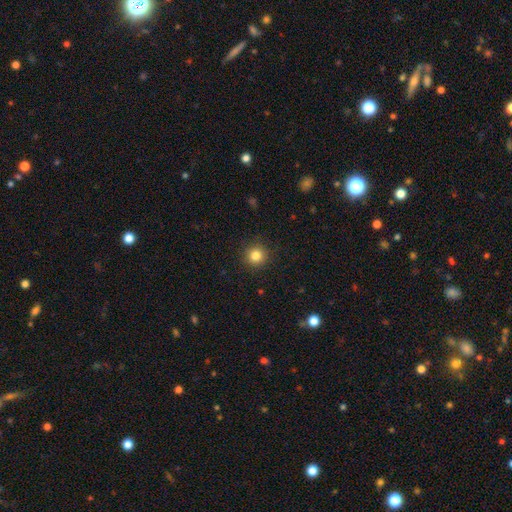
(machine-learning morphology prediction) smooth 82%, star or artifact 12%, featured or disk 5%. Down the decision tree: how rounded — round (94%); merging — none (91%).